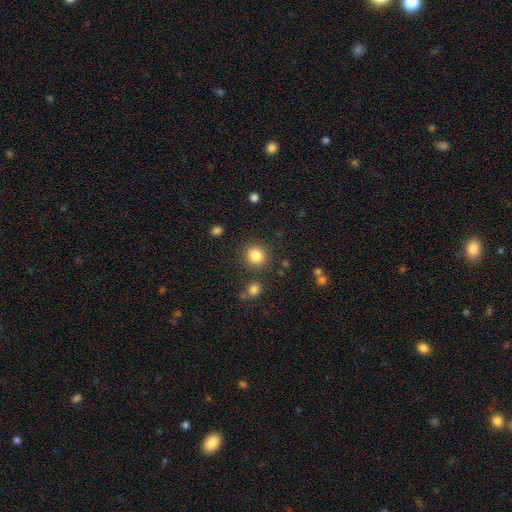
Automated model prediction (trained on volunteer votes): This is clearly a smooth galaxy (85%). How rounded: clearly round (88%). Merging: clearly none (85%).